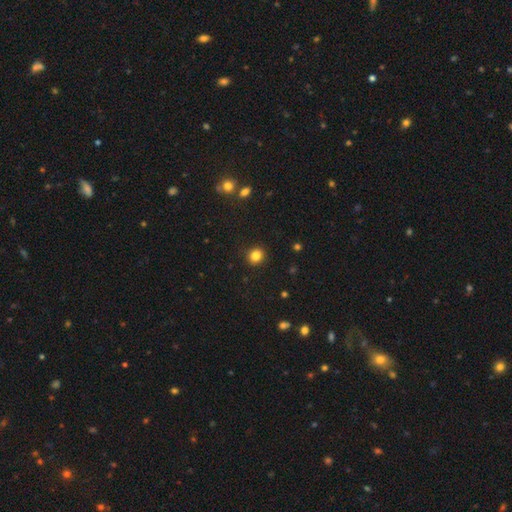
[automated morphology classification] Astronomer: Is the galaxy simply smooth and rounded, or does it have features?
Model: smooth — 83%.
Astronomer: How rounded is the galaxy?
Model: round — 80%.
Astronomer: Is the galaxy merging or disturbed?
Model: none — 90%.